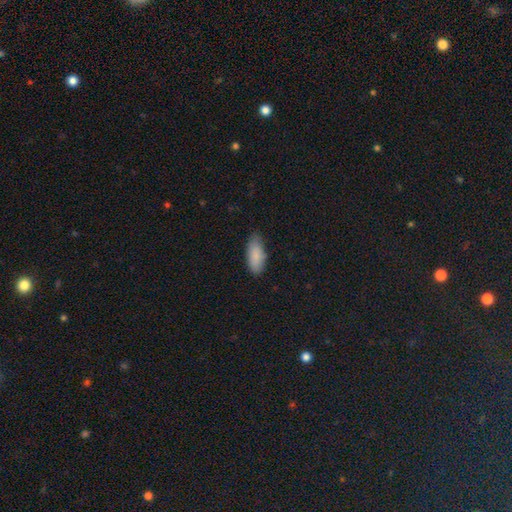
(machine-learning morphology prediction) smooth_or_featured: smooth (p=0.88) [alt: featured or disk p=0.06]
how_rounded: in between (p=0.82) [alt: cigar-shaped p=0.16]
merging: none (p=0.76) [alt: minor disturbance p=0.20]